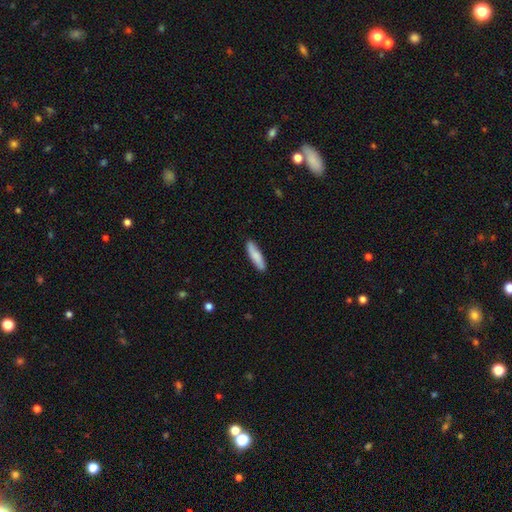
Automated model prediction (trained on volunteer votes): Smooth or featured?
  - smooth: 82% *
  - featured or disk: 13%
  - star or artifact: 5%
How rounded?
  - cigar-shaped: 76% *
  - in between: 23%
  - round: 1%
Merging?
  - none: 88% *
  - minor disturbance: 9%
  - major disturbance: 2%
  - merger: 1%